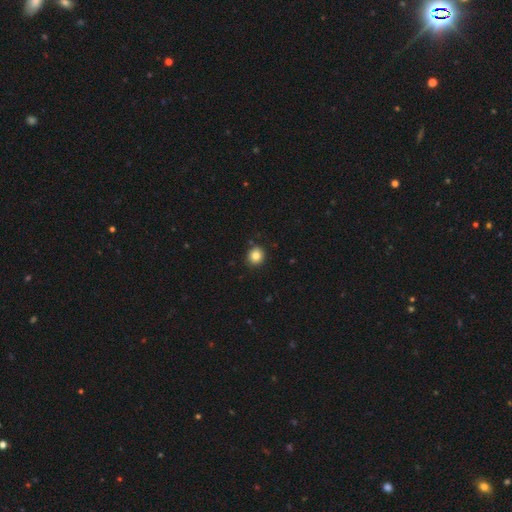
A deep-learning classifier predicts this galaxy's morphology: Smooth or featured? smooth (84%)
How rounded? round (79%)
Merging? none (89%)